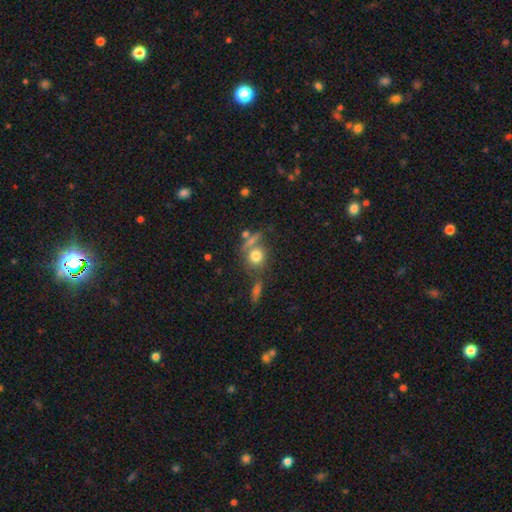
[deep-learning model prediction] Q: Smooth or featured?
A: smooth (75%); runner-up: featured or disk (13%)
Q: How rounded?
A: round (76%); runner-up: in between (21%)
Q: Merging?
A: none (57%); runner-up: merger (24%)